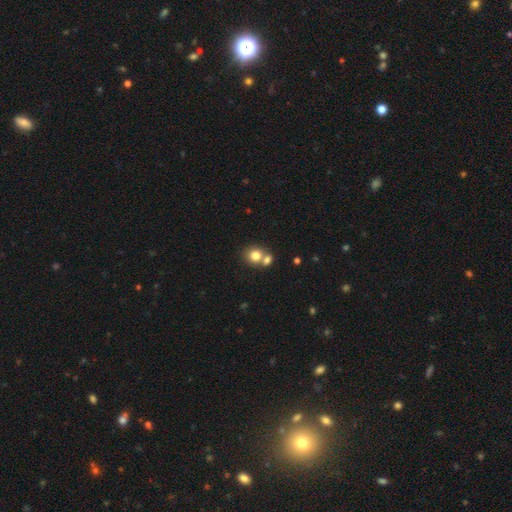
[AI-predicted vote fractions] smooth-or-featured: smooth: 78% | featured or disk: 11% | star or artifact: 11%
  how-rounded: round: 75% | in between: 24% | cigar-shaped: 1%
  merging: merger: 46% | none: 44% | minor disturbance: 7% | major disturbance: 3%